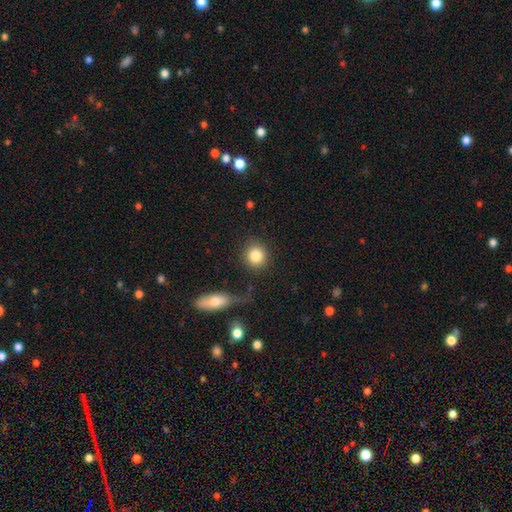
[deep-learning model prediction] Smooth or featured: smooth — 85% (star or artifact — 8%)
How rounded: round — 85% (in between — 13%)
Merging: none — 82% (minor disturbance — 9%)